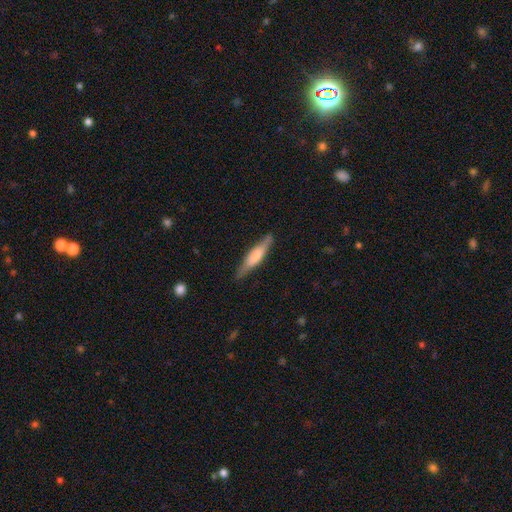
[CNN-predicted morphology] Smooth or featured? Predicted: smooth (p=0.57). How rounded? Predicted: cigar-shaped (p=0.83). Merging? Predicted: none (p=0.83).